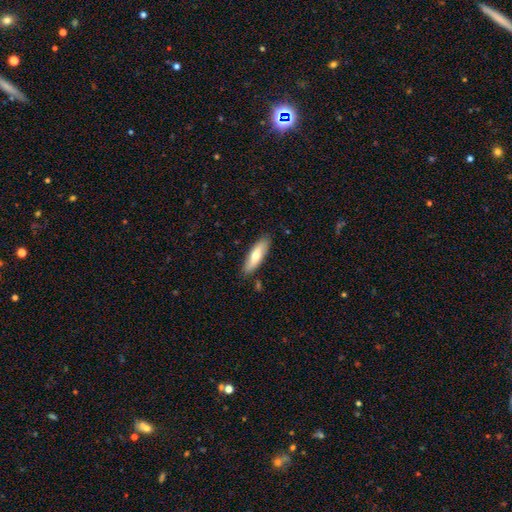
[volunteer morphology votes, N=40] This appears to be a smooth galaxy with no disk features (55%) that is cigar-shaped (55%). Merging: none (77%).